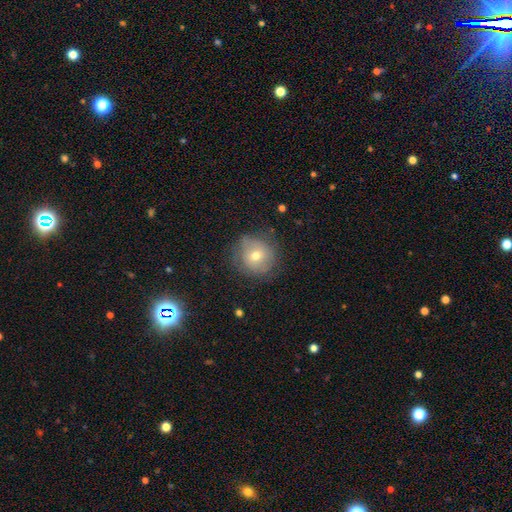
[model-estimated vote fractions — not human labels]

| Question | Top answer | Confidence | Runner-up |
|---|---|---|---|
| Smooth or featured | smooth | 62% | featured or disk (28%) |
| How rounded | round | 88% | in between (11%) |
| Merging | none | 71% | minor disturbance (20%) |